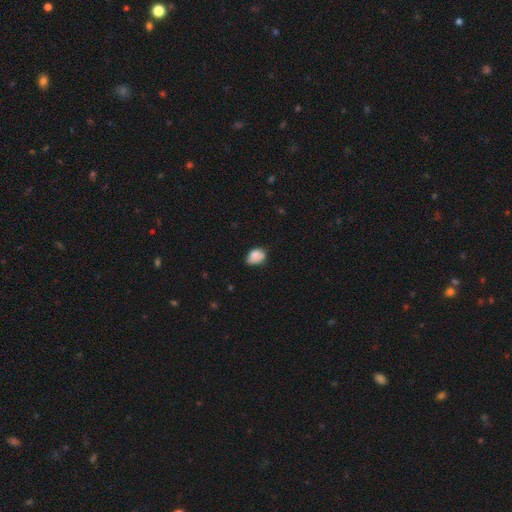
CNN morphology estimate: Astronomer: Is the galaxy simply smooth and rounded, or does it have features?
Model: smooth — 78%.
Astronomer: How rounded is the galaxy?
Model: in between — 73%.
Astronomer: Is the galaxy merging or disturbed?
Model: none — 46% (runner-up: minor disturbance, 38%).